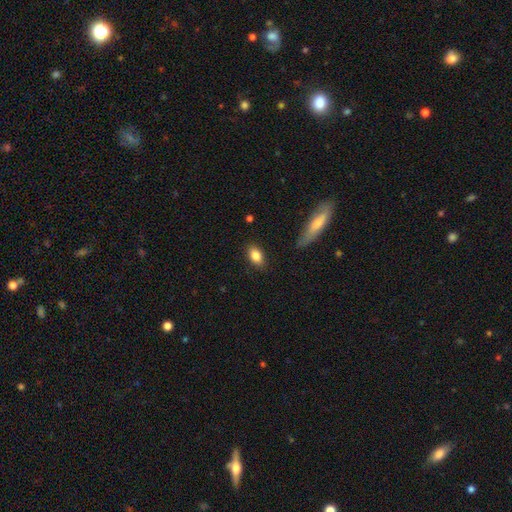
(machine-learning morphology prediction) Smooth or featured?
  - smooth: 85% *
  - featured or disk: 8%
  - star or artifact: 7%
How rounded?
  - in between: 88% *
  - round: 8%
  - cigar-shaped: 4%
Merging?
  - none: 84% *
  - minor disturbance: 11%
  - major disturbance: 3%
  - merger: 2%